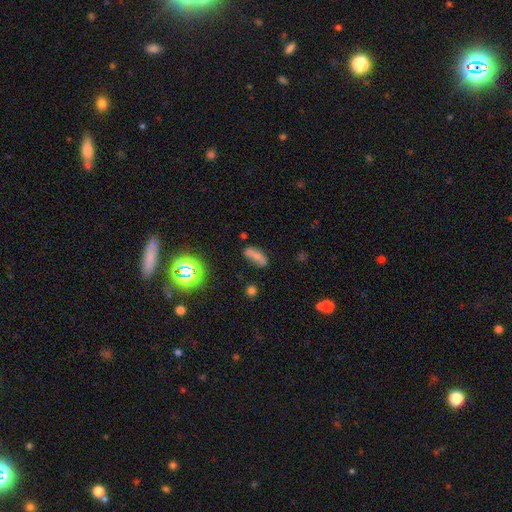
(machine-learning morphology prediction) Smooth or featured? Predicted: smooth (p=0.71). How rounded? Predicted: in between (p=0.63). Merging? Predicted: none (p=0.61).